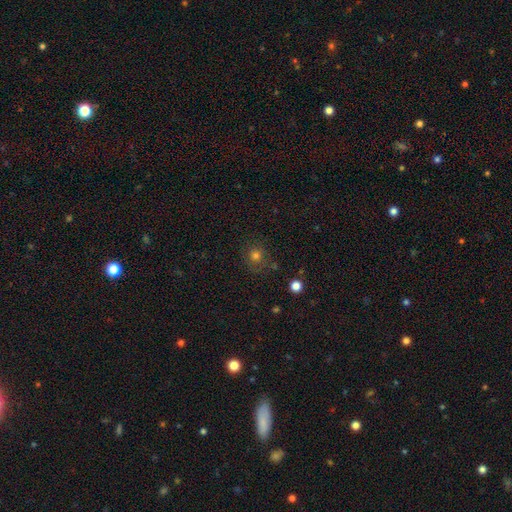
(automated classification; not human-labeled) Morphology: type=smooth (72%); roundness=round (88%); merging=none (73%).